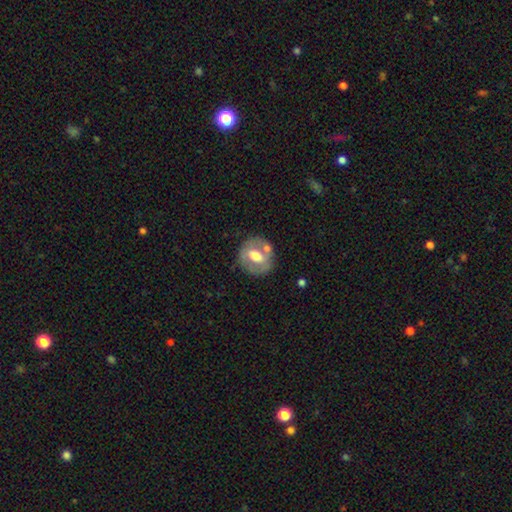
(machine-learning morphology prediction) Overall: featured or disk (48%; smooth 46%). Merging: none (66%).